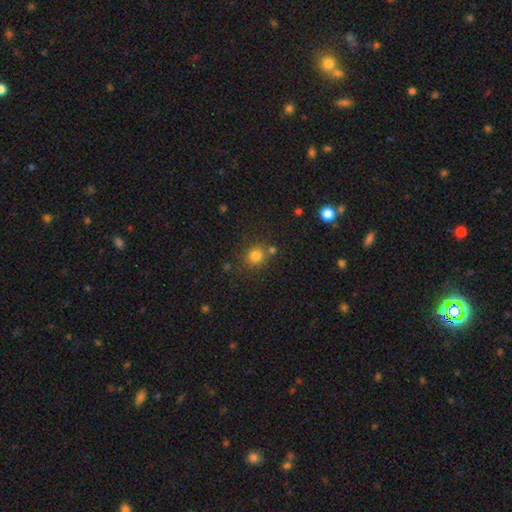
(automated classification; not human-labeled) smooth_or_featured: smooth (p=0.80) [alt: star or artifact p=0.14]
how_rounded: round (p=0.83) [alt: in between p=0.16]
merging: none (p=0.73) [alt: merger p=0.13]